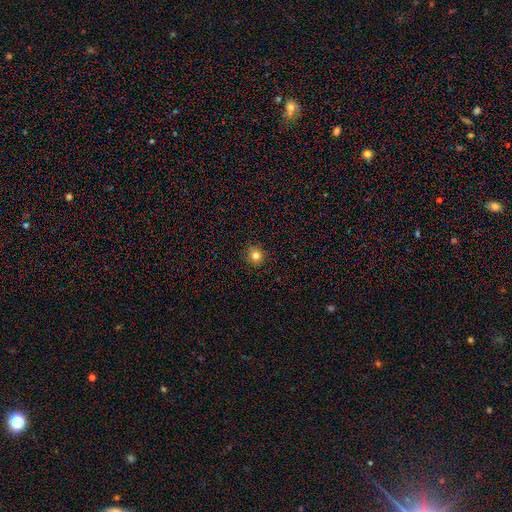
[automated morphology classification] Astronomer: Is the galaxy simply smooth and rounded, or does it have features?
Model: smooth — 81%.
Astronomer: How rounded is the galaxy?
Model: round — 92%.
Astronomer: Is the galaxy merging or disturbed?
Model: none — 91%.